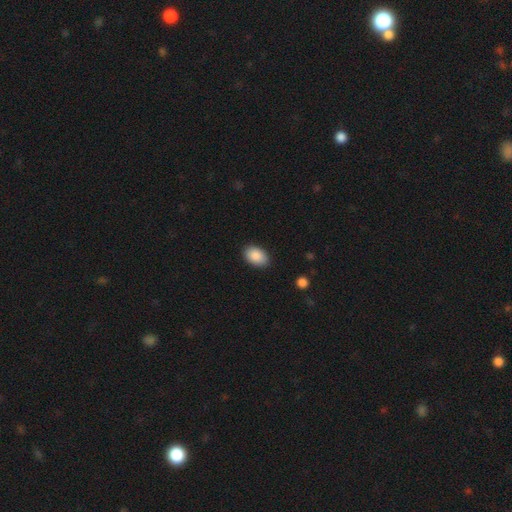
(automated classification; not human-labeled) The model was most divided on "how rounded": in between: 87%, round: 11%, cigar-shaped: 1%. More confident: smooth or featured — smooth (89%); merging — none (87%).